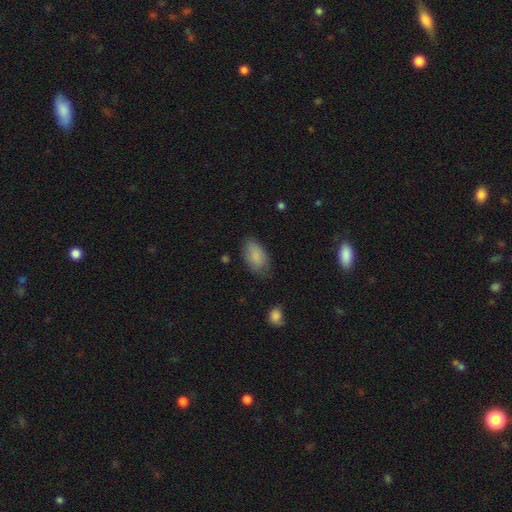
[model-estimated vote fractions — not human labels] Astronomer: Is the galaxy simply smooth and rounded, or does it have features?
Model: smooth — 87%.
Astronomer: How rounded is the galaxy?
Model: in between — 93%.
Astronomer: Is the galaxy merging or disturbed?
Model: none — 73%.